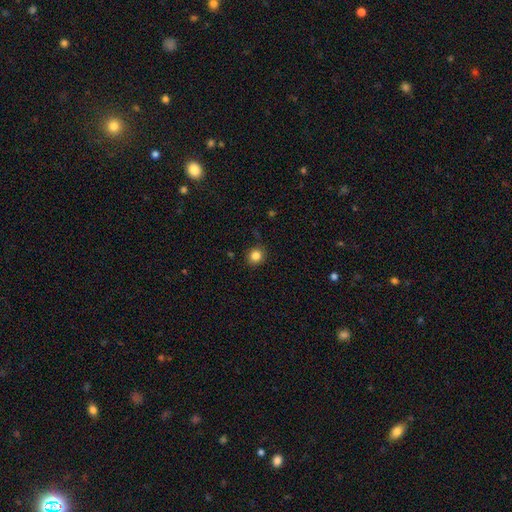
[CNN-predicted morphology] Smooth or featured?
  - smooth: 84% *
  - star or artifact: 11%
  - featured or disk: 5%
How rounded?
  - round: 88% *
  - in between: 11%
  - cigar-shaped: 1%
Merging?
  - none: 85% *
  - minor disturbance: 10%
  - major disturbance: 3%
  - merger: 1%